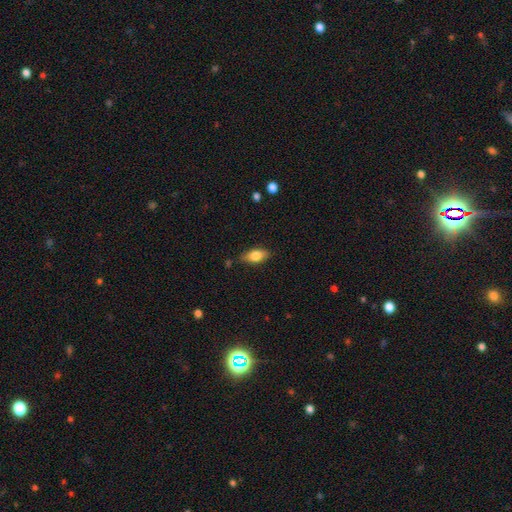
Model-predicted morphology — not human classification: smooth 79%, featured or disk 14%, star or artifact 7%. Down the decision tree: how rounded — in between (87%); merging — none (80%).